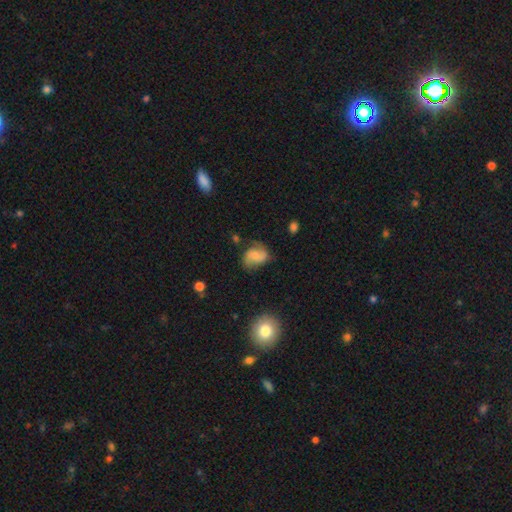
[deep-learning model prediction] featured or disk 48%, smooth 43%, star or artifact 9%. Down the decision tree: merging — none (54%).